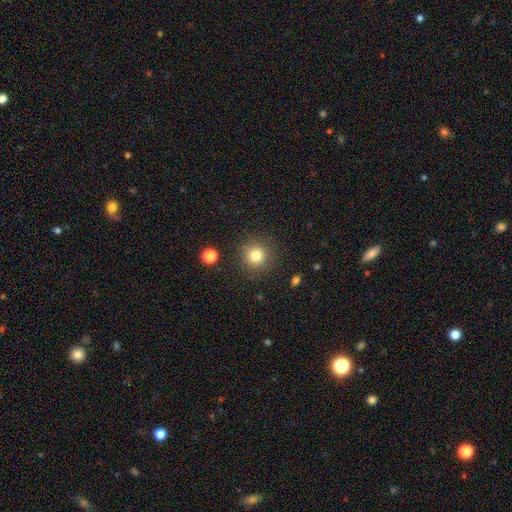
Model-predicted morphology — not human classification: type=smooth (81%); roundness=round (94%); merging=none (88%).